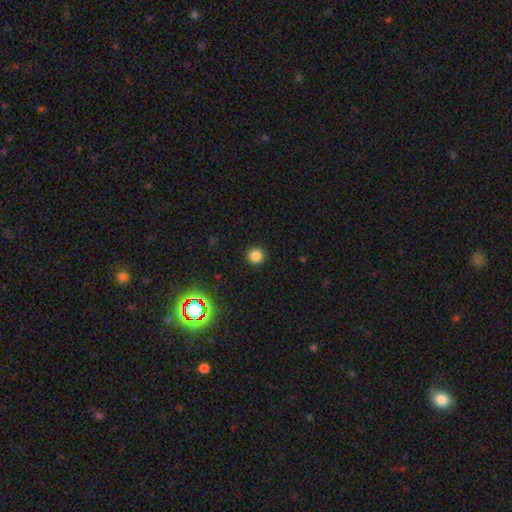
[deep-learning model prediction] This is clearly a smooth galaxy (82%). How rounded: clearly round (96%). Merging: clearly none (93%).